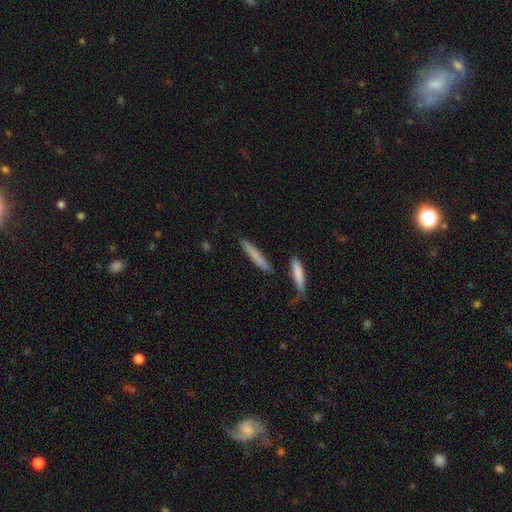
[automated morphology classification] This is likely a smooth galaxy (73%). How rounded: clearly cigar-shaped (92%). Merging: likely none (80%).